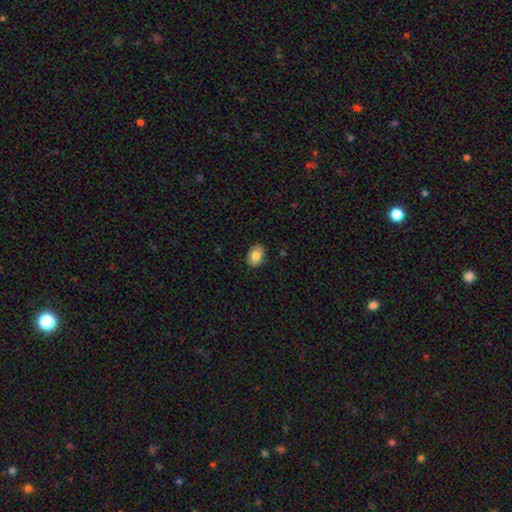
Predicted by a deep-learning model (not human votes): Smooth or featured?
  - smooth: 82% *
  - featured or disk: 11%
  - star or artifact: 8%
How rounded?
  - in between: 73% *
  - round: 26%
  - cigar-shaped: 1%
Merging?
  - none: 87% *
  - minor disturbance: 10%
  - major disturbance: 2%
  - merger: 1%